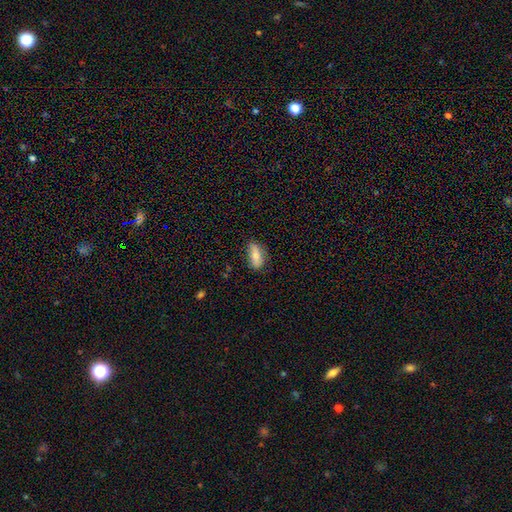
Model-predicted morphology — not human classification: Q: Smooth or featured?
A: smooth (73%); runner-up: featured or disk (20%)
Q: How rounded?
A: in between (82%); runner-up: cigar-shaped (15%)
Q: Merging?
A: none (75%); runner-up: minor disturbance (20%)